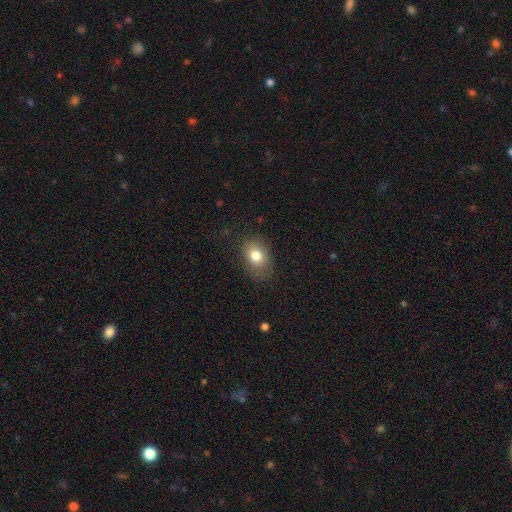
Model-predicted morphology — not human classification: smooth_or_featured: smooth (p=0.79) [alt: featured or disk p=0.11]
how_rounded: in between (p=0.72) [alt: round p=0.27]
merging: none (p=0.73) [alt: minor disturbance p=0.19]